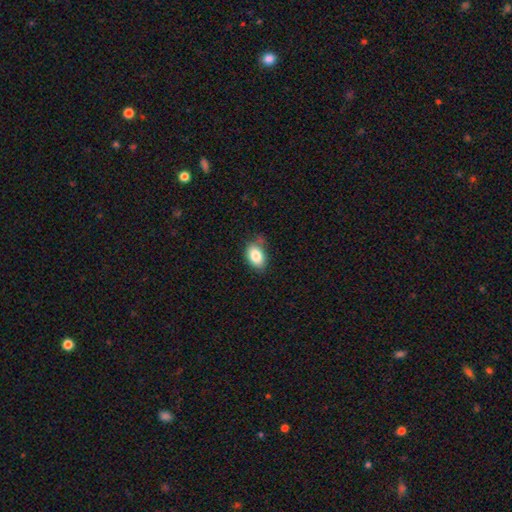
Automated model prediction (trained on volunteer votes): Morphology: type=smooth (85%); roundness=in between (88%); merging=none (68%).